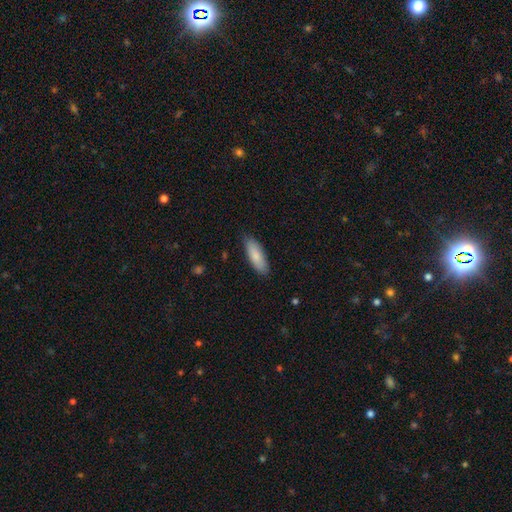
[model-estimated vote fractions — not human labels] Smooth or featured? smooth (84%)
How rounded? in between (65%)
Merging? none (84%)